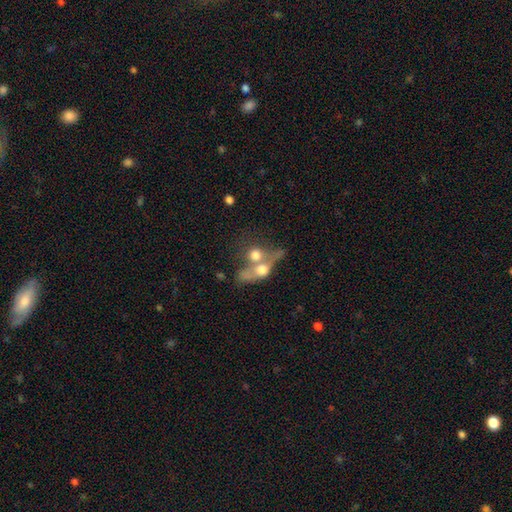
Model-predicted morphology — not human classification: Smooth or featured?
  - featured or disk: 44% *
  - smooth: 41%
  - star or artifact: 15%
Merging?
  - merger: 61% *
  - none: 23%
  - major disturbance: 8%
  - minor disturbance: 8%